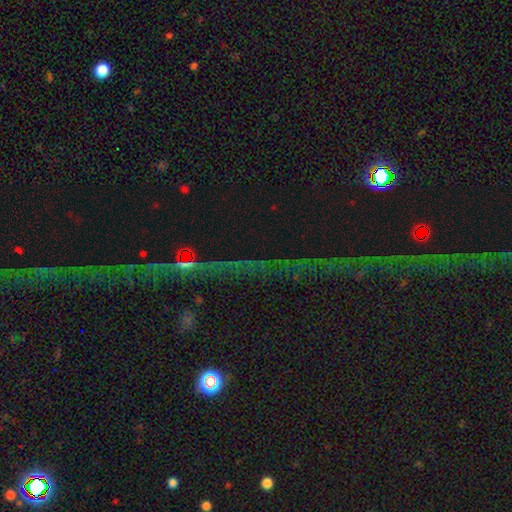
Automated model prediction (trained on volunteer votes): This is likely a star or artifact rather than a galaxy (76%).